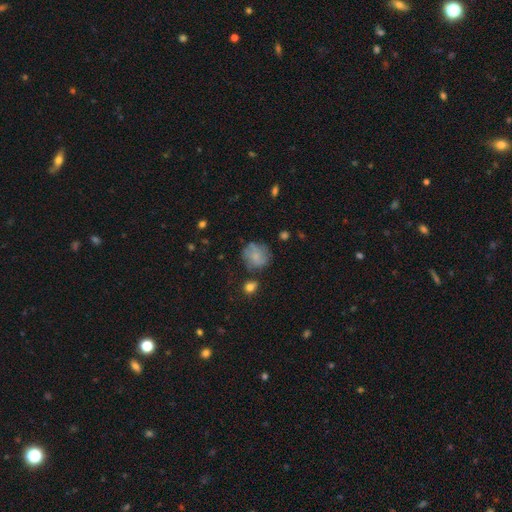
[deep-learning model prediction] Smooth or featured? smooth (66%)
How rounded? round (79%)
Merging? none (62%)